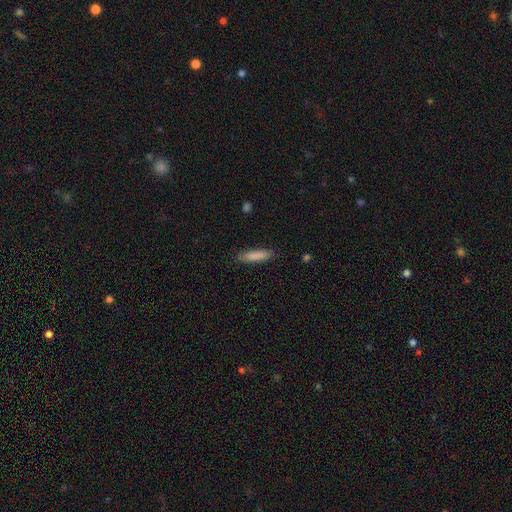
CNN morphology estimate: smooth_or_featured: smooth (p=0.86) [alt: featured or disk p=0.08]
how_rounded: cigar-shaped (p=0.76) [alt: in between p=0.23]
merging: none (p=0.87) [alt: minor disturbance p=0.10]